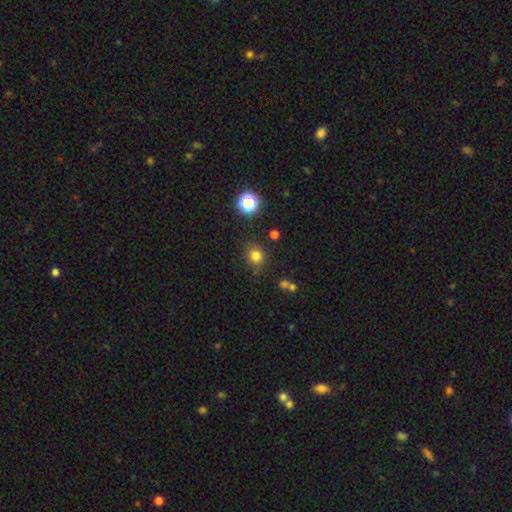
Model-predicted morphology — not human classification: The model was most divided on "how rounded": round: 75%, in between: 24%, cigar-shaped: 1%. More confident: merging — none (82%); smooth or featured — smooth (79%).